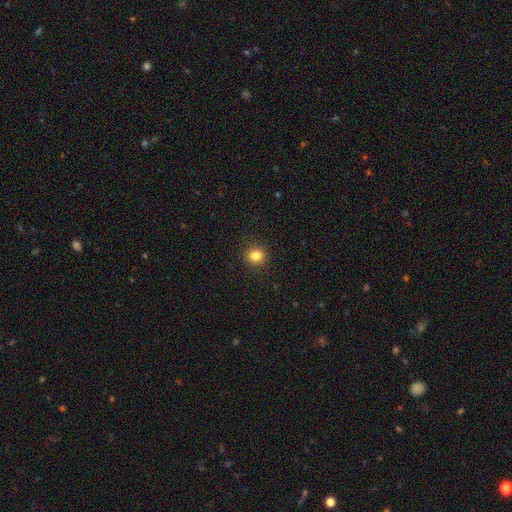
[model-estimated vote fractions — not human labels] A smooth galaxy with no disk features (83%) that is round (86%).

Vote fractions:
- Smooth or featured? smooth: 83% / star or artifact: 12% / featured or disk: 5%
- How rounded? round: 86% / in between: 13% / cigar-shaped: 1%
- Merging? none: 92% / minor disturbance: 6% / major disturbance: 2% / merger: 1%